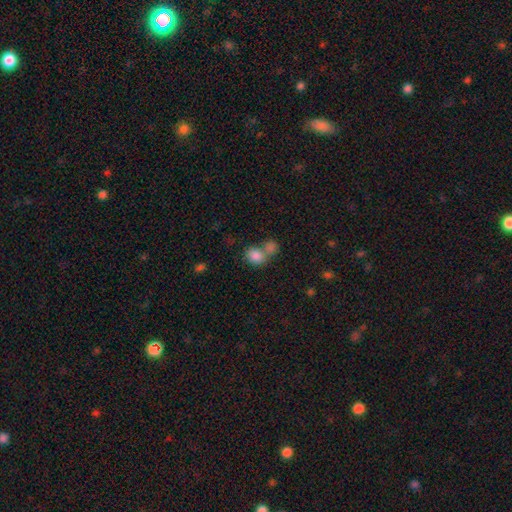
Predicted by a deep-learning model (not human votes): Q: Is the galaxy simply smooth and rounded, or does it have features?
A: smooth — 84%.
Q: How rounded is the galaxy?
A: round — 56%.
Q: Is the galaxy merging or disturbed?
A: merger — 50%.